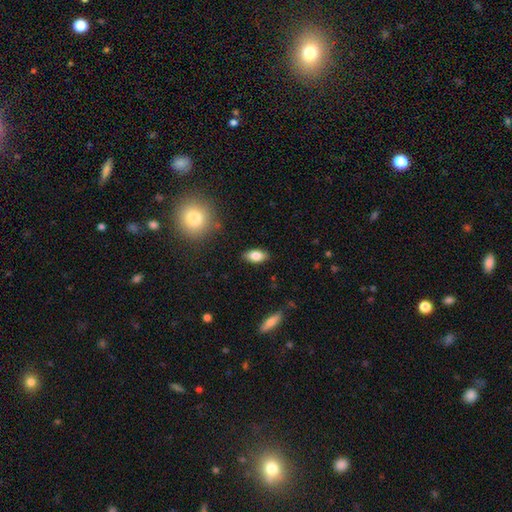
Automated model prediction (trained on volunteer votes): Overall: smooth (80%). How rounded: in between (89%). Merging: none (87%).